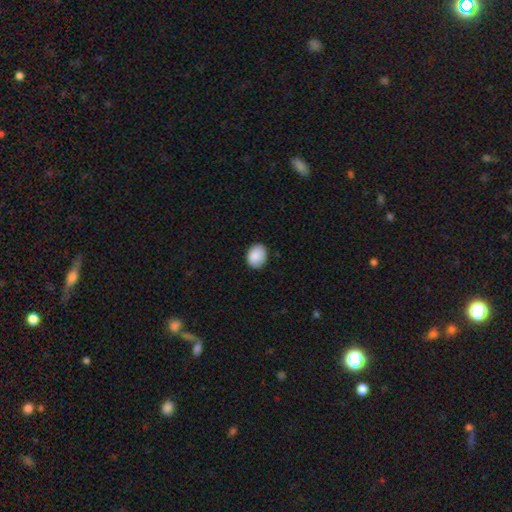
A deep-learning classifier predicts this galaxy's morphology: Smooth or featured? smooth (89%)
How rounded? in between (58%)
Merging? none (84%)